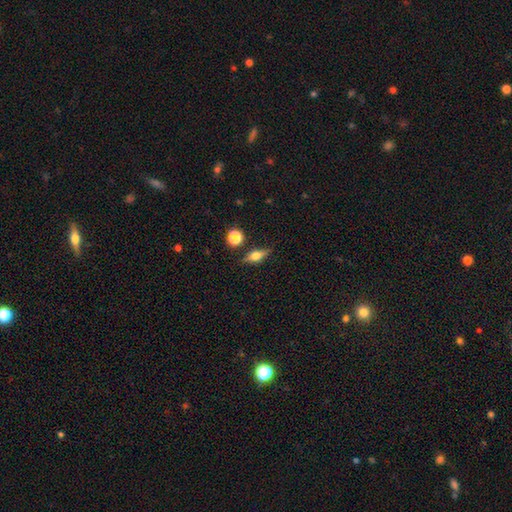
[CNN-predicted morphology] Smooth or featured? Predicted: featured or disk (p=0.47). Merging? Predicted: none (p=0.81).